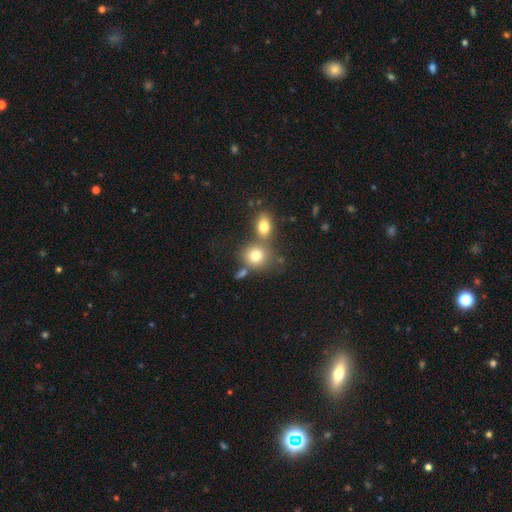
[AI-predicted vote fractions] smooth-or-featured: smooth: 77% | star or artifact: 12% | featured or disk: 12%
  how-rounded: round: 77% | in between: 22% | cigar-shaped: 1%
  merging: none: 50% | merger: 36% | minor disturbance: 10% | major disturbance: 4%